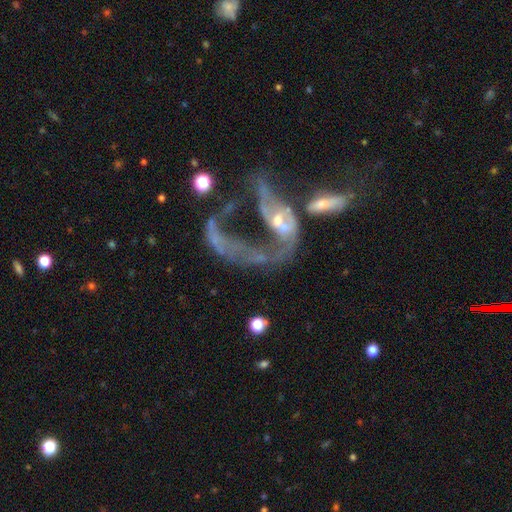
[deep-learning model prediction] smooth-or-featured: featured or disk: 71% | smooth: 17% | star or artifact: 12%
  disk-edge-on: no: 94% | yes: 6%
    bar: no: 70% | weak: 22% | strong: 8%
    has-spiral-arms: yes: 52% | no: 48%
    bulge-size: small: 44% | moderate: 28% | none: 22% | large: 4% | dominant: 2%
  merging: merger: 53% | major disturbance: 32% | none: 10% | minor disturbance: 6%